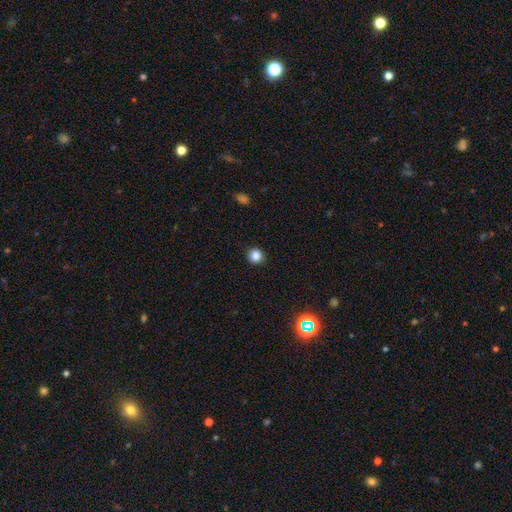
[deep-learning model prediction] Smooth or featured: smooth — 84% (star or artifact — 12%)
How rounded: round — 93% (in between — 6%)
Merging: none — 92% (minor disturbance — 5%)